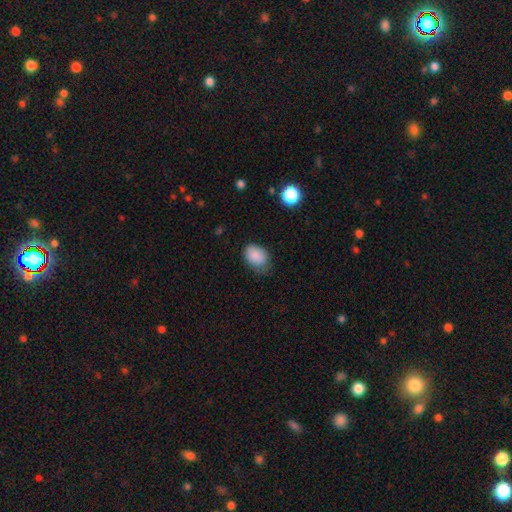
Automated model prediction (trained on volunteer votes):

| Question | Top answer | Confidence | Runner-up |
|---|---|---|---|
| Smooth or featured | smooth | 87% | star or artifact (8%) |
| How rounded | in between | 75% | round (24%) |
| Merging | none | 57% | minor disturbance (34%) |